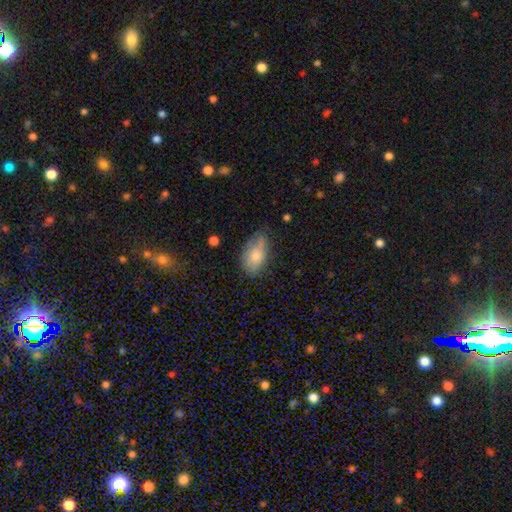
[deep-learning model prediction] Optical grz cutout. It shows a smooth galaxy with no disk features (77%) that is in between round and cigar-shaped (92%). Merging: none (58%).